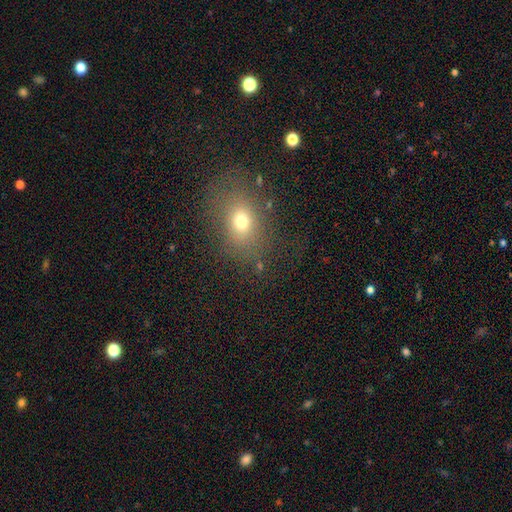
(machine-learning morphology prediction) Smooth or featured? Predicted: smooth (p=0.66). How rounded? Predicted: in between (p=0.63). Merging? Predicted: none (p=0.79).